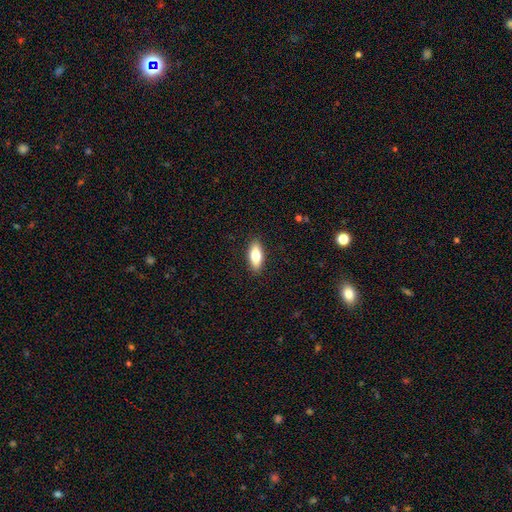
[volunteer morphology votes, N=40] Q: Smooth or featured?
A: smooth (82%); runner-up: featured or disk (18%)
Q: How rounded?
A: in between (70%); runner-up: cigar-shaped (24%)
Q: Merging?
A: none (75%); runner-up: minor disturbance (22%)